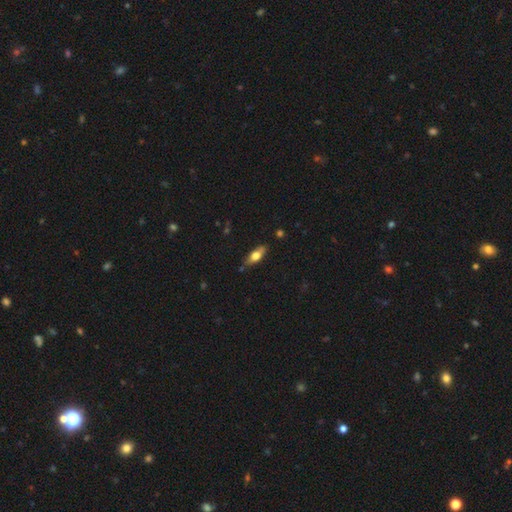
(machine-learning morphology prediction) Overall: smooth (57%; featured or disk 37%). How rounded: in between (67%; cigar-shaped 30%). Merging: none (79%).